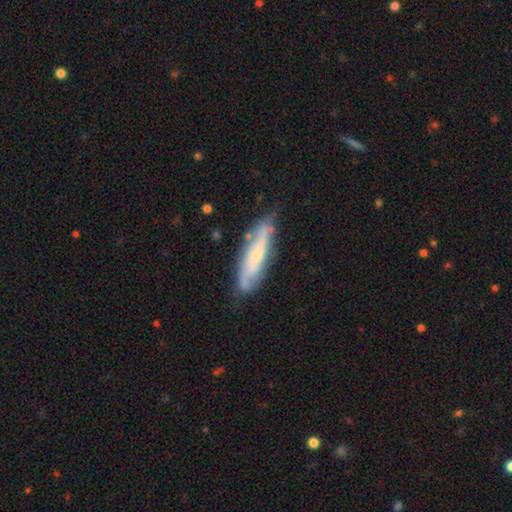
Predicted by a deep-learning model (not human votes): Q: Smooth or featured?
A: featured or disk (61%); runner-up: smooth (32%)
Q: Edge-on disk?
A: no (63%); runner-up: yes (37%)
Q: Merging?
A: none (73%); runner-up: minor disturbance (20%)